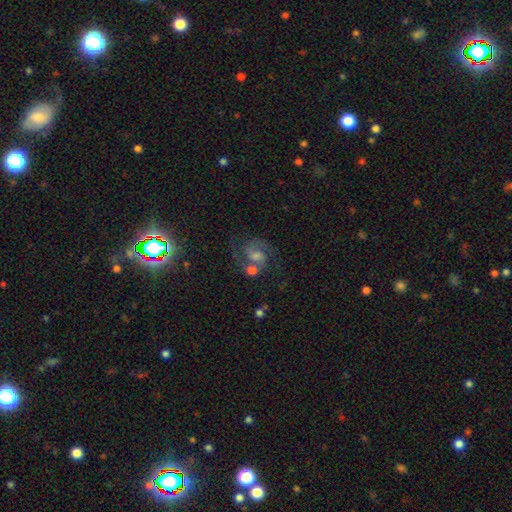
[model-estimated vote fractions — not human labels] Smooth or featured? featured or disk (69%)
Edge-on disk? no (98%)
Bar? weak (48%)
Spiral arms? yes (93%)
Spiral winding? medium (59%)
Spiral arm count? 2 (87%)
Bulge size? moderate (42%)
Merging? none (59%)